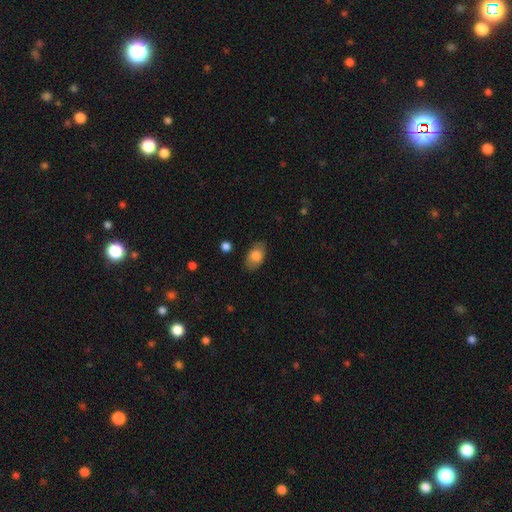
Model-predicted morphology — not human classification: The model was most divided on "merging": none: 79%, minor disturbance: 15%, major disturbance: 4%, merger: 1%. More confident: how rounded — in between (90%); smooth or featured — smooth (80%).